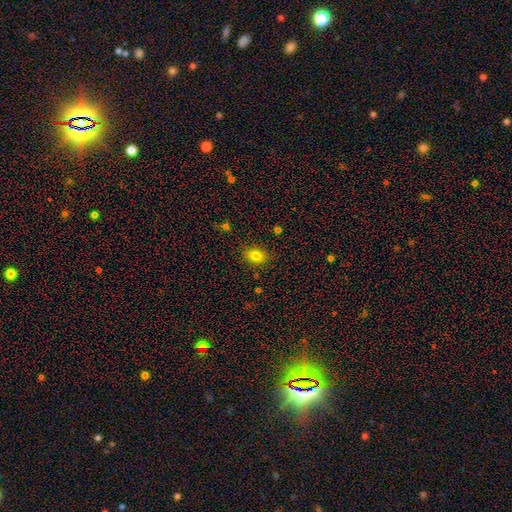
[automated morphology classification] This is likely a smooth galaxy (79%). How rounded: likely in between (70%). Merging: clearly none (86%).